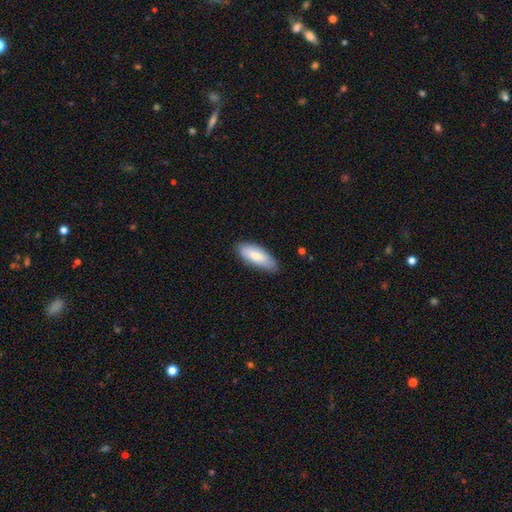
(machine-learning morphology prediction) type=smooth (77%); roundness=in between (77%); merging=none (80%).